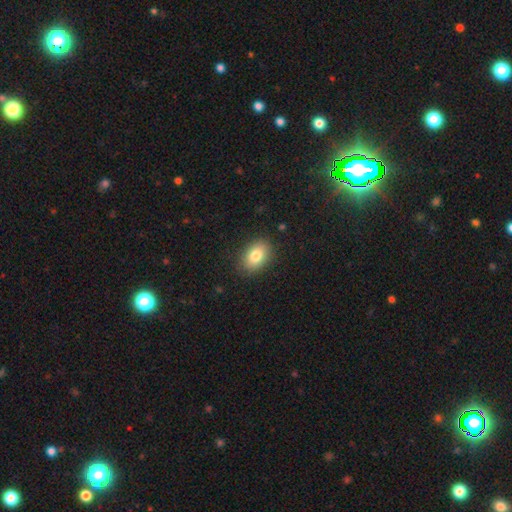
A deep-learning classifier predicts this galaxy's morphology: Q: Smooth or featured?
A: smooth (82%); runner-up: featured or disk (9%)
Q: How rounded?
A: in between (82%); runner-up: round (17%)
Q: Merging?
A: none (86%); runner-up: minor disturbance (10%)